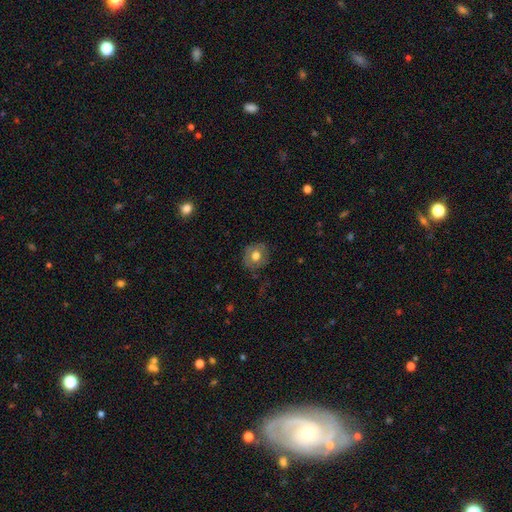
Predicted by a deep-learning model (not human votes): Morphology: type=smooth (65%); roundness=round (81%); merging=none (81%).